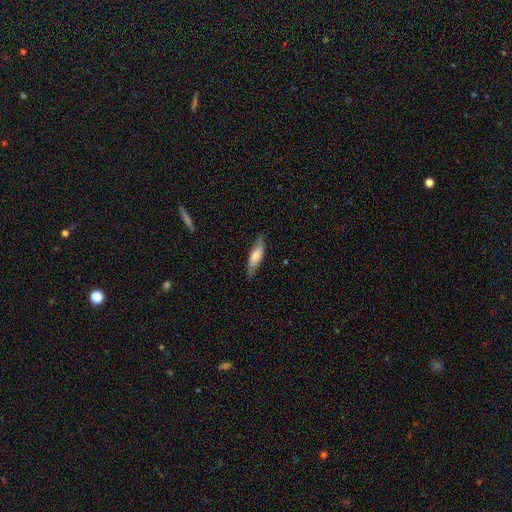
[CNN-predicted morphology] Smooth or featured?
  - smooth: 67% *
  - featured or disk: 27%
  - star or artifact: 6%
How rounded?
  - cigar-shaped: 49% * (tied)
  - in between: 49% * (tied)
  - round: 2%
Merging?
  - none: 81% *
  - minor disturbance: 16%
  - major disturbance: 3%
  - merger: 1%